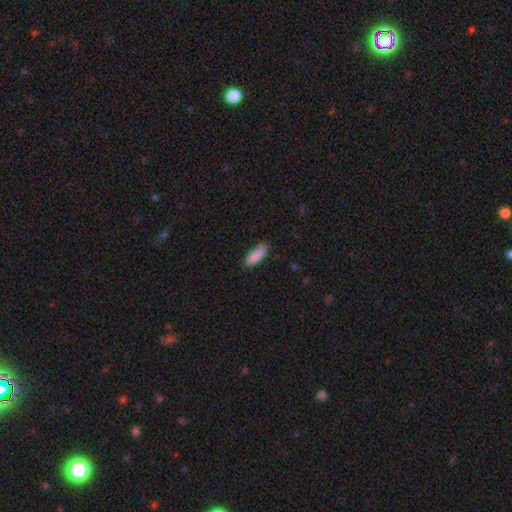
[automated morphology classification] Overall: smooth (89%). How rounded: in between (59%; cigar-shaped 39%). Merging: none (83%).